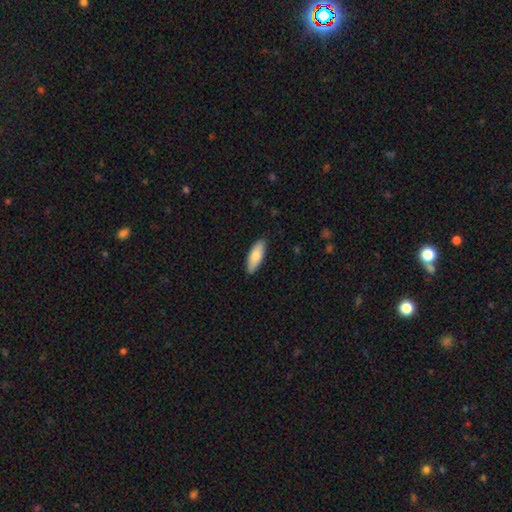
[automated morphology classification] type=smooth (81%); roundness=in between (69%); merging=none (88%).